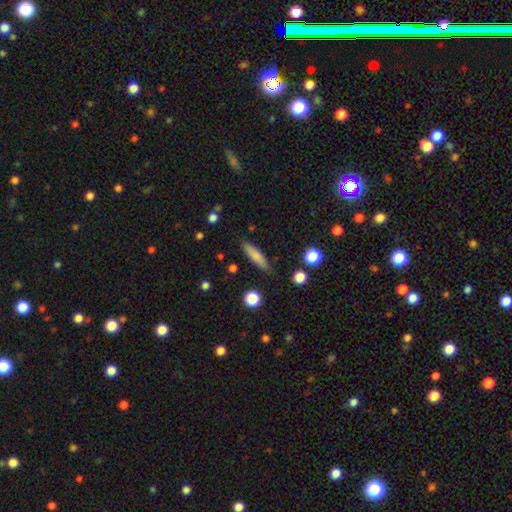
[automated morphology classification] Smooth or featured? Predicted: smooth (p=0.78). How rounded? Predicted: cigar-shaped (p=0.78). Merging? Predicted: none (p=0.85).